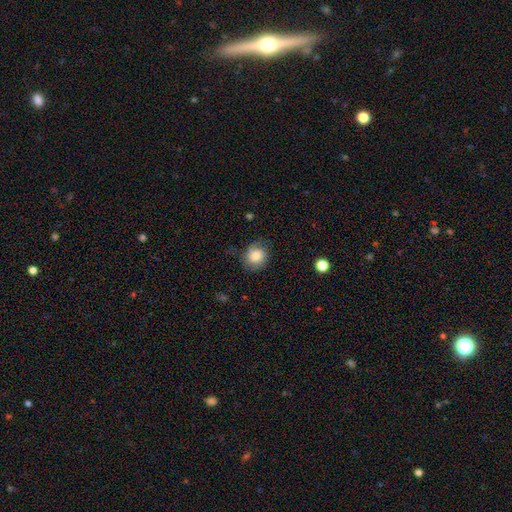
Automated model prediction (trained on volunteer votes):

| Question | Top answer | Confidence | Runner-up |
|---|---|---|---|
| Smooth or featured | smooth | 79% | featured or disk (12%) |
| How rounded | round | 75% | in between (24%) |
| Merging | none | 72% | minor disturbance (21%) |